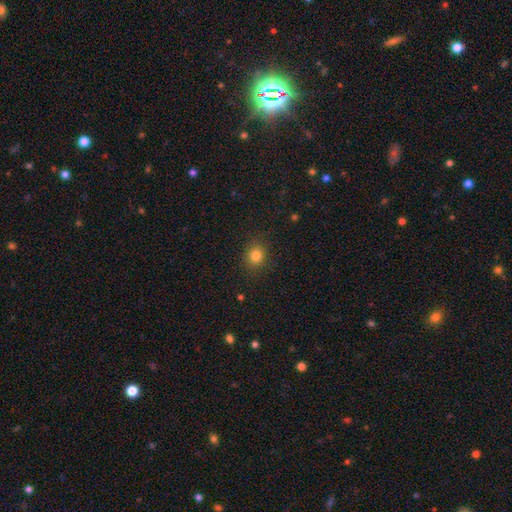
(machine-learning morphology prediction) Smooth or featured: smooth — 82% (star or artifact — 13%)
How rounded: round — 74% (in between — 25%)
Merging: none — 87% (minor disturbance — 9%)